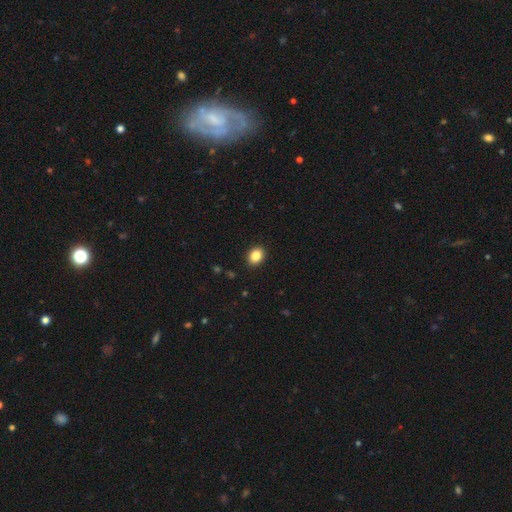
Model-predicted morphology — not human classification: This appears to be a smooth galaxy with no disk features (86%) that is in between round and cigar-shaped (57%). Merging: none (91%).